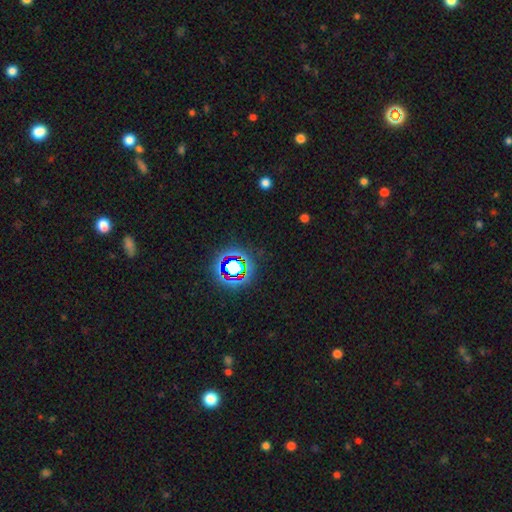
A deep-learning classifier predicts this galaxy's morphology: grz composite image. It shows a star or artifact, not a galaxy (71%).